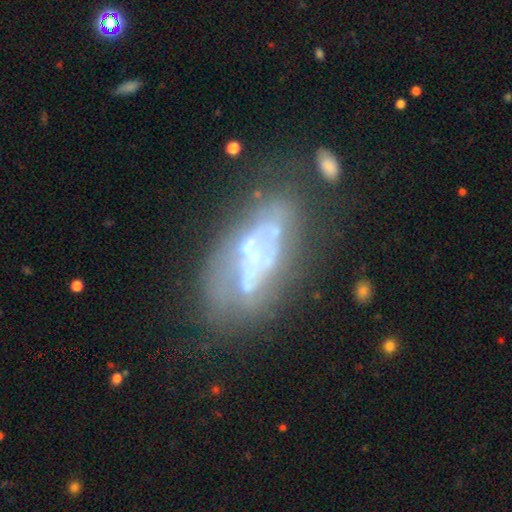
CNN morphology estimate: A featured or disk galaxy (66%) with no bar (83%), no spiral arms (85%) and no central bulge (50%).

Vote fractions:
- Smooth or featured? featured or disk: 66% / smooth: 23% / star or artifact: 11%
- Edge-on disk? no: 89% / yes: 11%
- Bar? no: 83% / weak: 11% / strong: 6%
- Spiral arms? no: 85% / yes: 15%
- Bulge size? none: 50% / small: 26% / moderate: 17% / large: 5% / dominant: 2%
- Merging? none: 43% / major disturbance: 21% / minor disturbance: 21% / merger: 15%